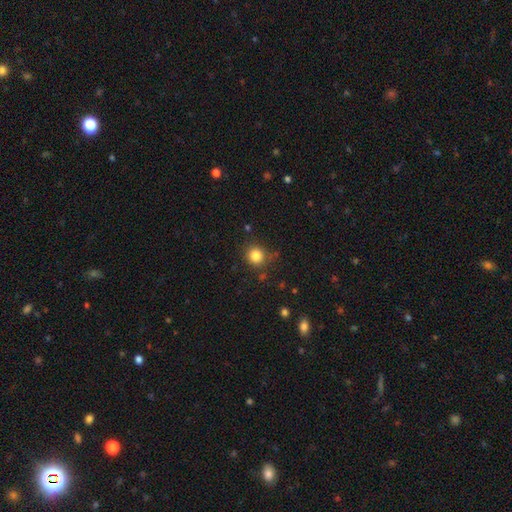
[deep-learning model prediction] Q: Smooth or featured?
A: smooth (83%); runner-up: star or artifact (12%)
Q: How rounded?
A: round (89%); runner-up: in between (10%)
Q: Merging?
A: none (83%); runner-up: minor disturbance (11%)